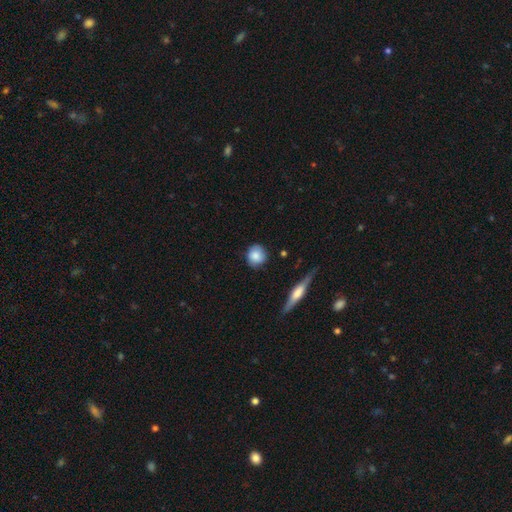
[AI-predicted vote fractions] Smooth or featured? Predicted: smooth (p=0.82). How rounded? Predicted: round (p=0.87). Merging? Predicted: none (p=0.78).